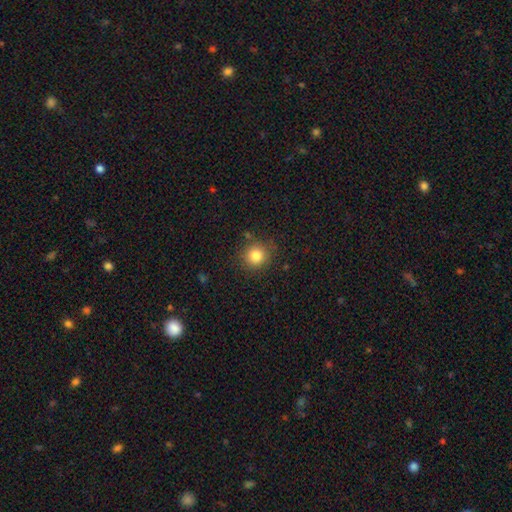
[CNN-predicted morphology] type=smooth (83%); roundness=round (92%); merging=none (86%).